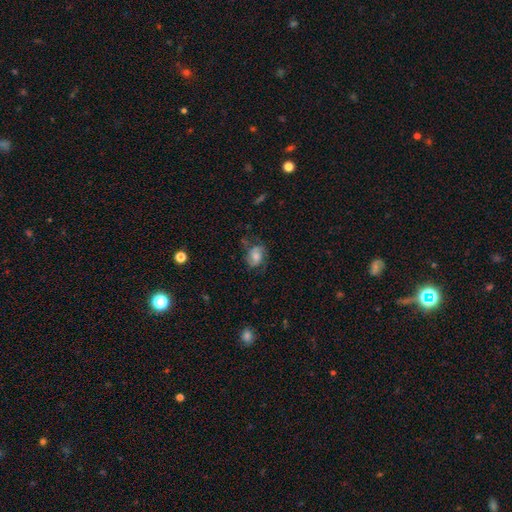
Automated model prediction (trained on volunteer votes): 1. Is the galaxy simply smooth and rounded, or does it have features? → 51% featured or disk, 39% smooth, 10% star or artifact.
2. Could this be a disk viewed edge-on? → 97% no, 3% yes.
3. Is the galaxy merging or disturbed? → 55% none, 25% minor disturbance, 17% major disturbance, 2% merger.